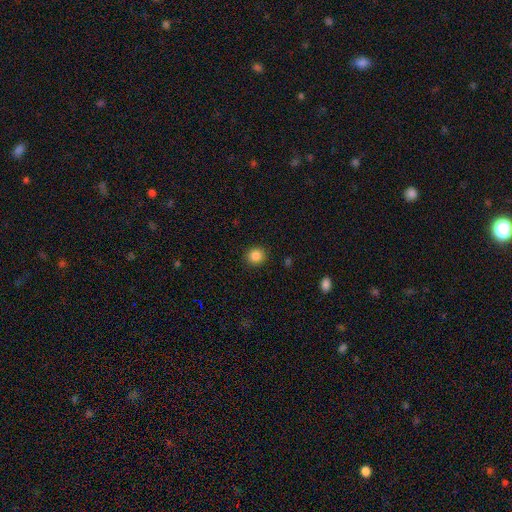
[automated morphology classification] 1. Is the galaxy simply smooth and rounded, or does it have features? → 86% smooth, 10% star or artifact, 4% featured or disk.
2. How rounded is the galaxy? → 90% round, 9% in between, 1% cigar-shaped.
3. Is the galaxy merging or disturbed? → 91% none, 6% minor disturbance, 2% major disturbance, 1% merger.